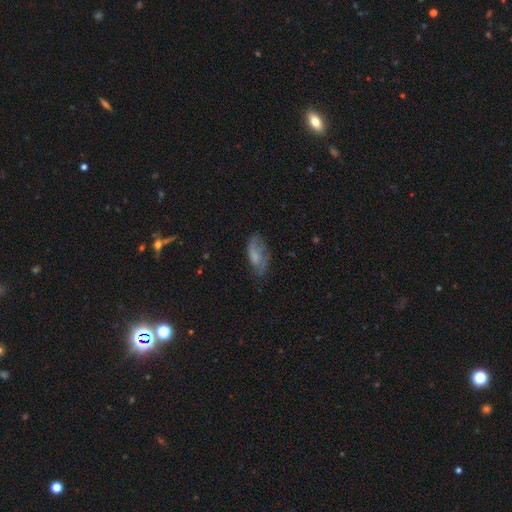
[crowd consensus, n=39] Q: Smooth or featured?
A: smooth (59%); runner-up: featured or disk (28%)
Q: How rounded?
A: in between (87%); runner-up: cigar-shaped (9%)
Q: Merging?
A: none (32%); runner-up: minor disturbance (29%)